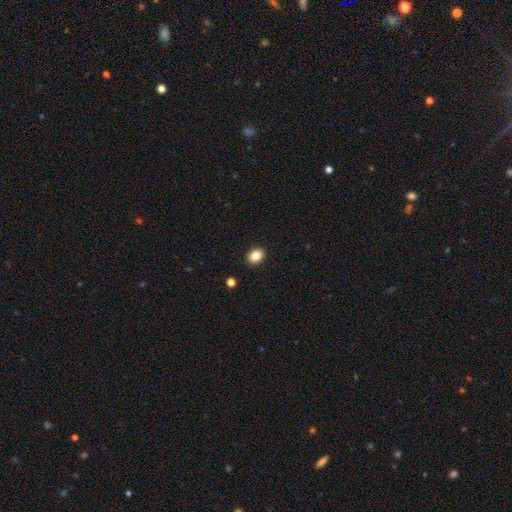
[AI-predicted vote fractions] Overall: smooth (86%). How rounded: in between (59%; round 40%). Merging: none (91%).